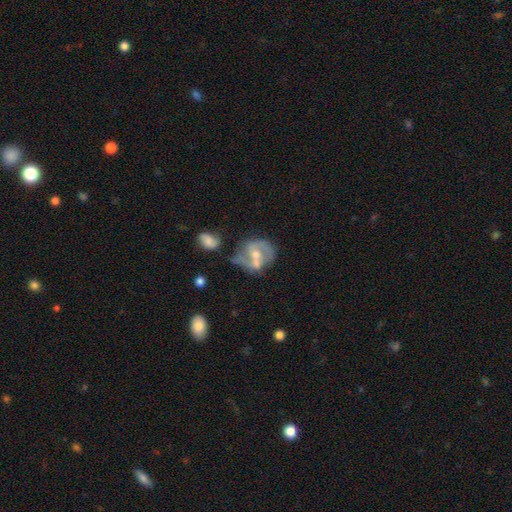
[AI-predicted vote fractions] This is likely a featured or disk galaxy (71%). It is clearly not viewed edge-on (97%). Bar: marginally weak (43%). Spiral arm pattern: likely yes (74%). Spiral arm count: likely 2 (77%). Spiral winding: possibly medium (48%). Central bulge: possibly moderate (57%). Merging: marginally none (42%).